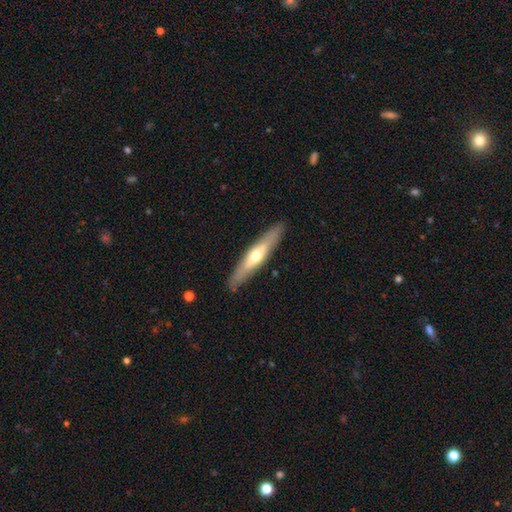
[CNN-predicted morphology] A featured or disk galaxy (52%) viewed edge-on (84%). Merging: none (89%).